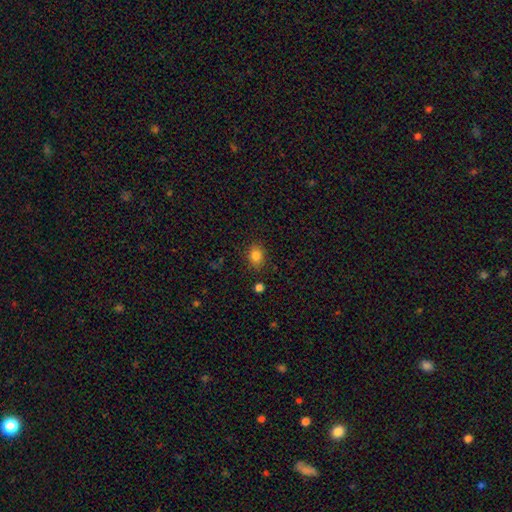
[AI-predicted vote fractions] smooth_or_featured: smooth (p=0.83) [alt: star or artifact p=0.11]
how_rounded: round (p=0.53) [alt: in between p=0.46]
merging: none (p=0.85) [alt: minor disturbance p=0.10]